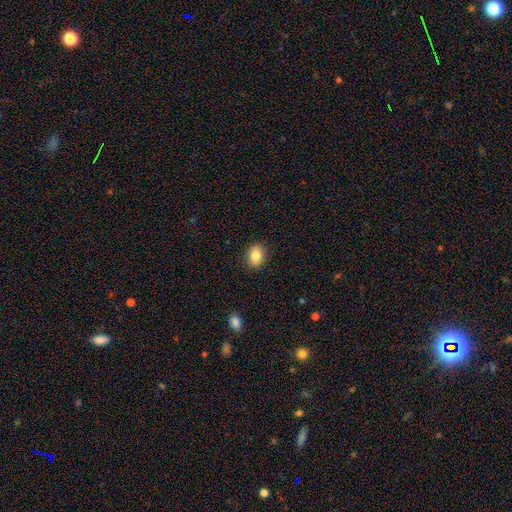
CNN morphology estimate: This appears to be a smooth galaxy with no disk features (84%) that is in between round and cigar-shaped (55%). Merging: none (89%).